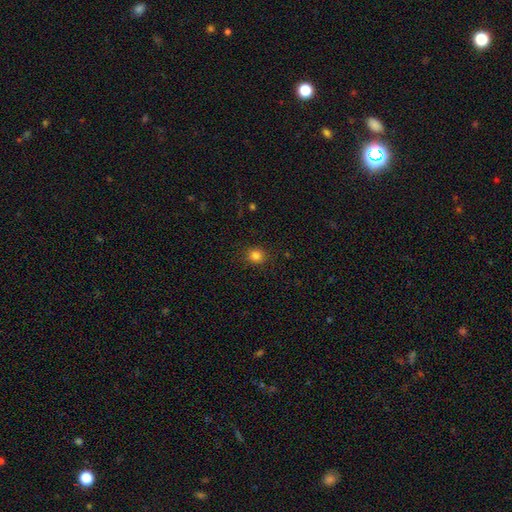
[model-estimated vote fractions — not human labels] A smooth galaxy with no disk features (82%) that is round (84%). Merging: none (89%).